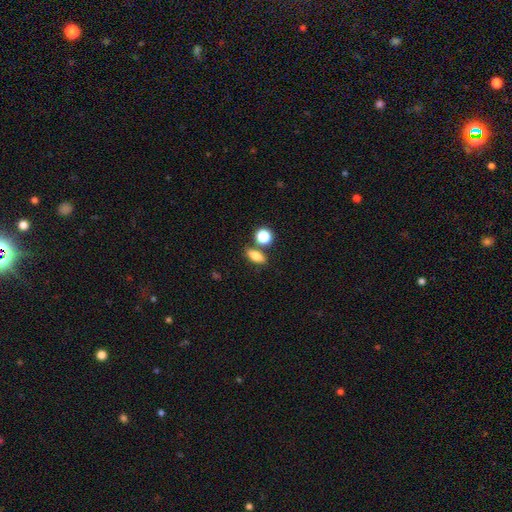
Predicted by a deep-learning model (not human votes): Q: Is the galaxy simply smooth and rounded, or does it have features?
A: smooth — 75%.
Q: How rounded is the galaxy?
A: in between — 67%.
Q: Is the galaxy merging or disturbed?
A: none — 73%.